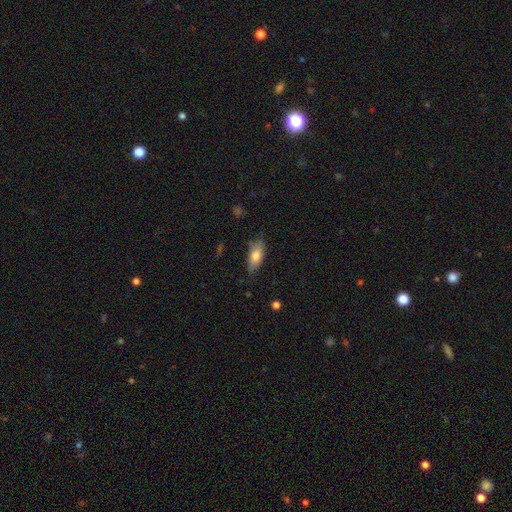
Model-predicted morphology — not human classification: Smooth or featured? smooth (76%)
How rounded? in between (81%)
Merging? none (70%)